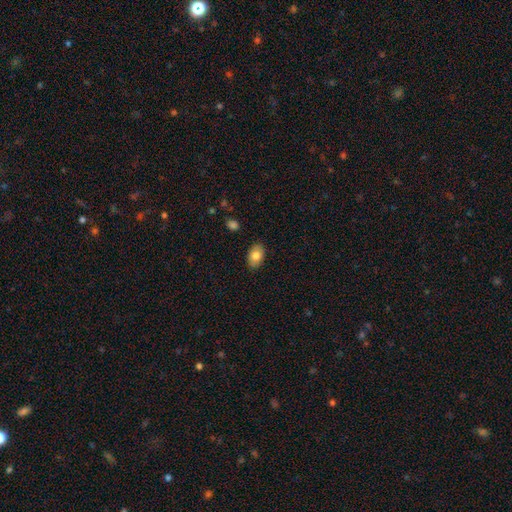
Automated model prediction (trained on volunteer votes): Smooth or featured? Predicted: smooth (p=0.81). How rounded? Predicted: in between (p=0.88). Merging? Predicted: none (p=0.88).